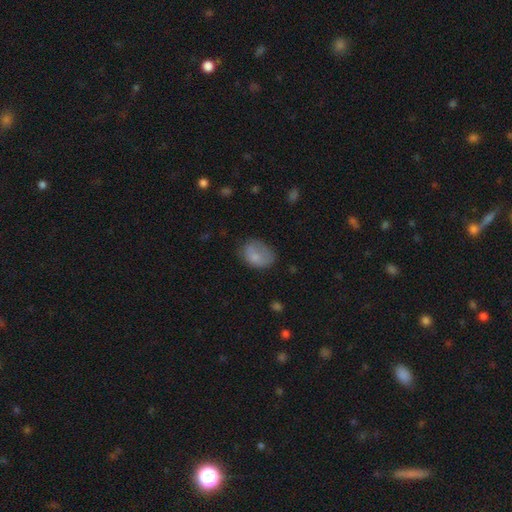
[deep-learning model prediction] Overall: smooth (76%). How rounded: in between (77%). Merging: none (48%; minor disturbance 31%).